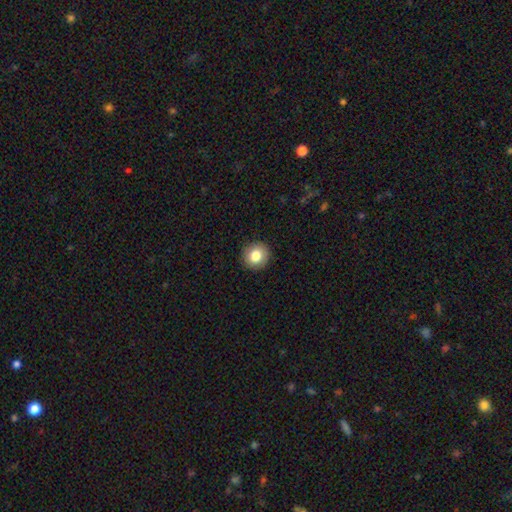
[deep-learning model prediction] A smooth galaxy with no disk features (82%) that is round (91%). Merging: none (92%).